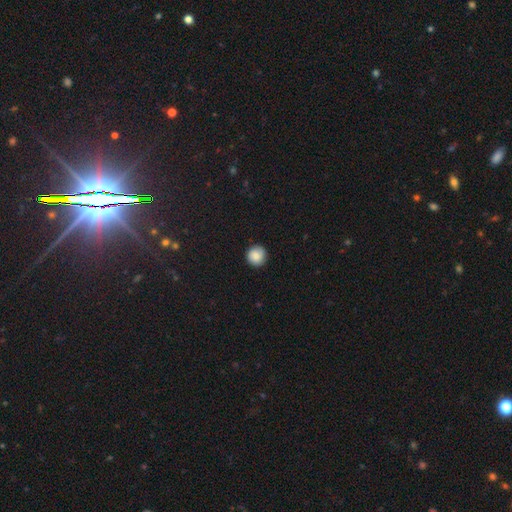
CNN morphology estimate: smooth 85%, star or artifact 8%, featured or disk 7%. Down the decision tree: how rounded — round (94%); merging — none (87%).